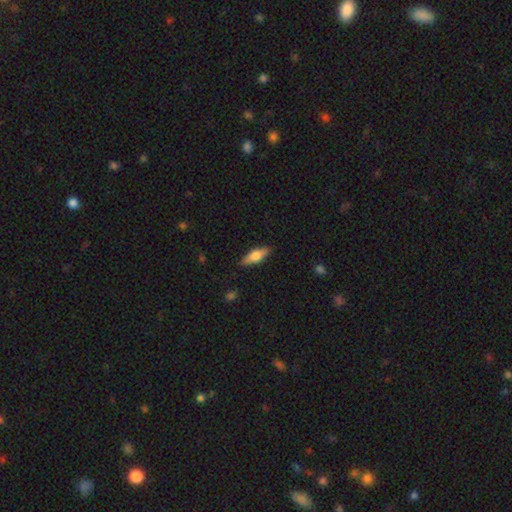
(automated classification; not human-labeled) Q: Smooth or featured?
A: smooth (58%); runner-up: featured or disk (36%)
Q: How rounded?
A: in between (50%); runner-up: cigar-shaped (47%)
Q: Merging?
A: none (87%); runner-up: minor disturbance (10%)